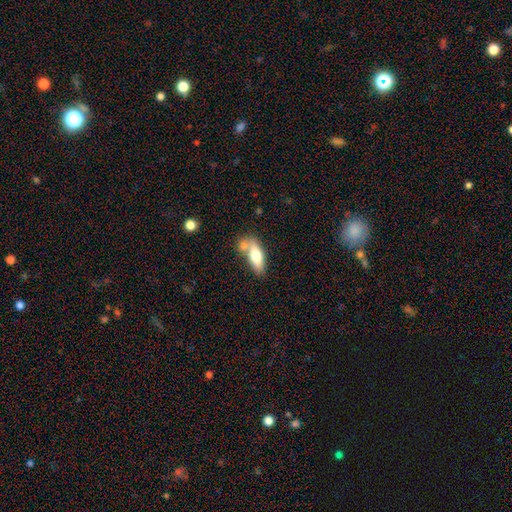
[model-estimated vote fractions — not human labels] Smooth or featured? smooth (70%)
How rounded? in between (67%)
Merging? none (44%)